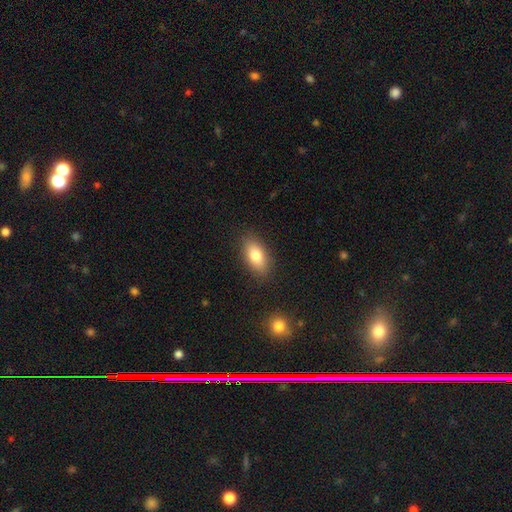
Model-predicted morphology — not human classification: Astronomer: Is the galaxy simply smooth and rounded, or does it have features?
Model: smooth — 80%.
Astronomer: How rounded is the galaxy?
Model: in between — 89%.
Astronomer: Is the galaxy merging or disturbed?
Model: none — 86%.